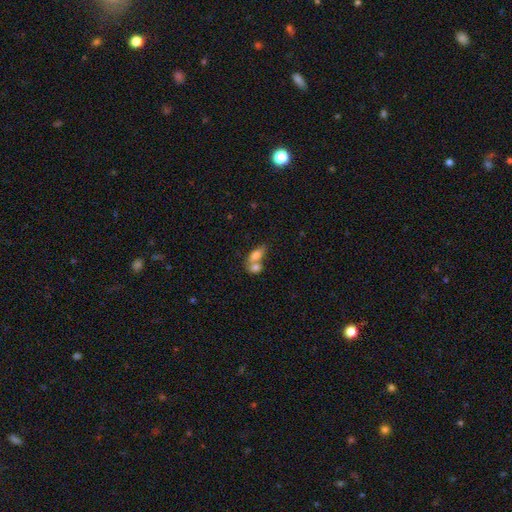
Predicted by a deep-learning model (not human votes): smooth 77%, featured or disk 15%, star or artifact 8%. Down the decision tree: how rounded — in between (84%); merging — merger (66%).